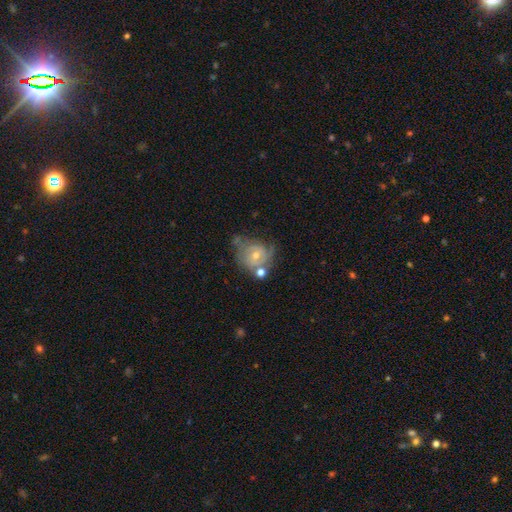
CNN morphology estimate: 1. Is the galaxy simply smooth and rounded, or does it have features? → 68% featured or disk, 24% smooth, 8% star or artifact.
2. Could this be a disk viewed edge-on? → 97% no, 3% yes.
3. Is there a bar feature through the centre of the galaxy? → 70% no, 26% weak, 5% strong.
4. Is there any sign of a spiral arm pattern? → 81% yes, 19% no.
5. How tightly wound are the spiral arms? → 59% tight, 30% medium, 11% loose.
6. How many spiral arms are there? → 37% can't tell, 33% 2, 14% 3, 9% 1, 4% 4, 3% more than 4.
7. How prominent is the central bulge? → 49% moderate, 47% small, 2% large, 2% none, 1% dominant.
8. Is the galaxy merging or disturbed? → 40% none, 25% minor disturbance, 18% merger, 17% major disturbance.